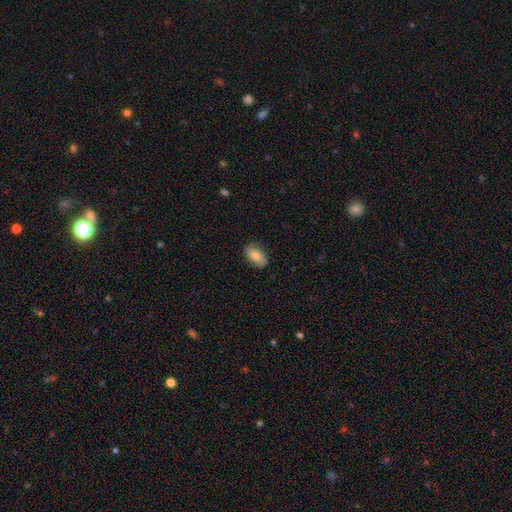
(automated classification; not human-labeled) Smooth or featured?
  - smooth: 72% *
  - featured or disk: 21%
  - star or artifact: 7%
How rounded?
  - in between: 92% *
  - round: 5%
  - cigar-shaped: 3%
Merging?
  - none: 80% *
  - minor disturbance: 16%
  - major disturbance: 3%
  - merger: 1%